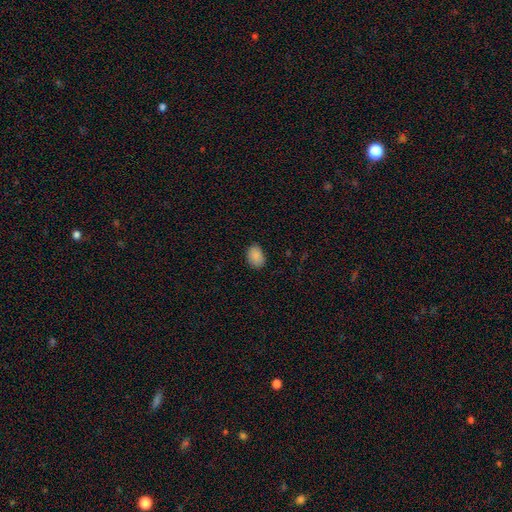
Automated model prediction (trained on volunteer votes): A smooth galaxy with no disk features (88%) that is in between round and cigar-shaped (79%). Merging: none (84%).